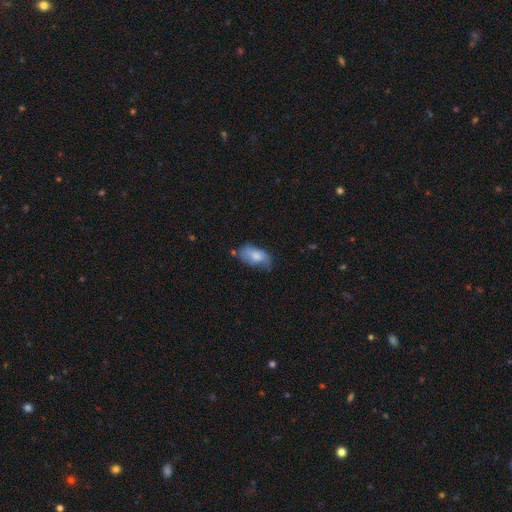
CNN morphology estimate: This appears to be a smooth galaxy with no disk features (70%) that is in between round and cigar-shaped (92%). Merging: none (46%).